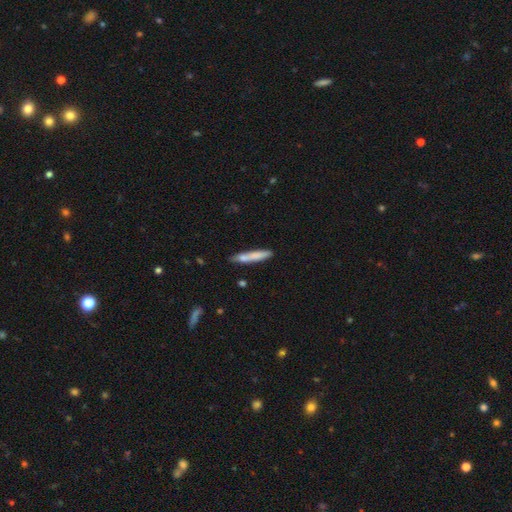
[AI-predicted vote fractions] Smooth or featured: smooth — 75% (featured or disk — 19%)
How rounded: cigar-shaped — 91% (in between — 8%)
Merging: none — 74% (minor disturbance — 17%)